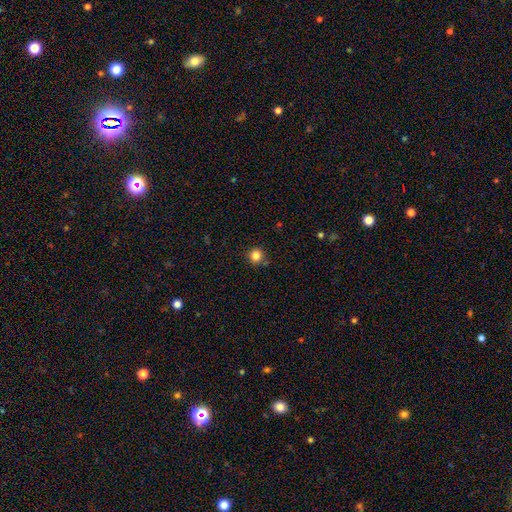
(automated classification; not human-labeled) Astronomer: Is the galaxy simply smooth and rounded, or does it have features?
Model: smooth — 83%.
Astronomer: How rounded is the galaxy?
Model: round — 93%.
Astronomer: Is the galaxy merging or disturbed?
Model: none — 85%.